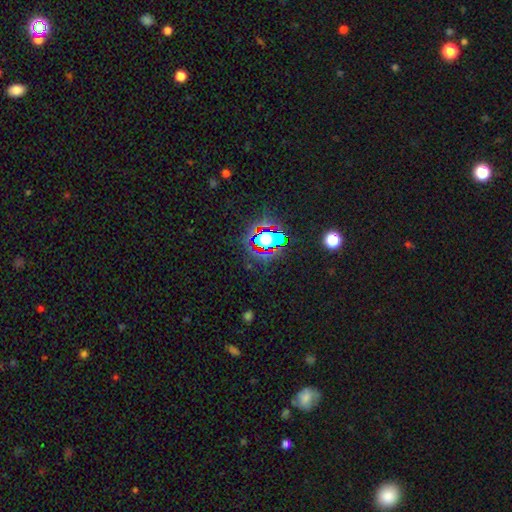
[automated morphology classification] type=star or artifact (80%).